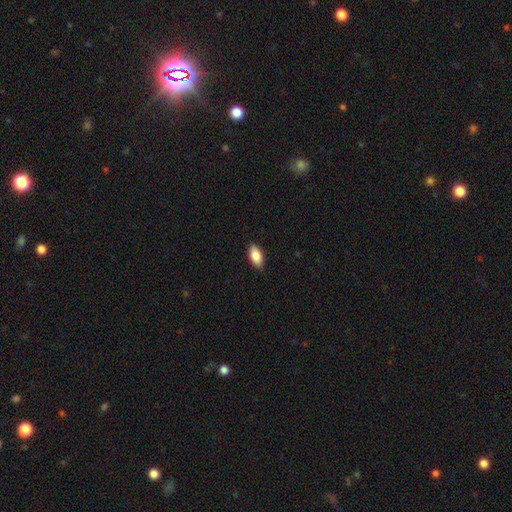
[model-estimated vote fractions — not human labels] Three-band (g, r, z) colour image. It shows a smooth galaxy with no disk features (87%) that is in between round and cigar-shaped (92%). Merging: none (89%).